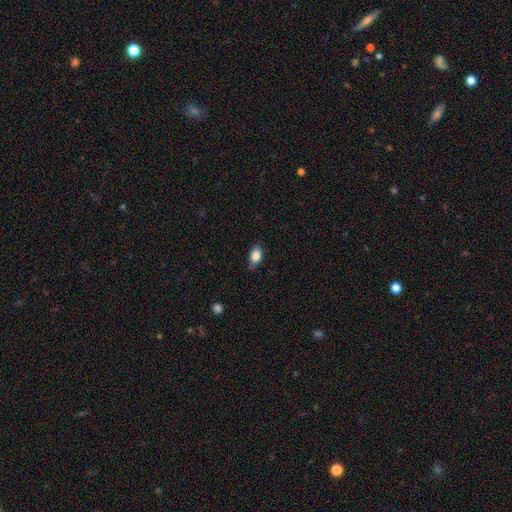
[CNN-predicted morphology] This appears to be a smooth galaxy with no disk features (85%) that is in between round and cigar-shaped (87%). Merging: none (70%).